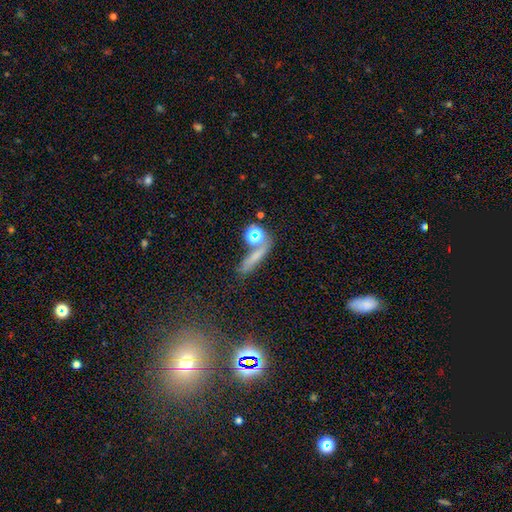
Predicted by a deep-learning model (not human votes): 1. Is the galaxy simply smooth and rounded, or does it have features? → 59% smooth, 24% star or artifact, 17% featured or disk.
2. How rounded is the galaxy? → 60% cigar-shaped, 20% in between, 19% round.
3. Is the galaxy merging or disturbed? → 66% none, 14% merger, 13% minor disturbance, 8% major disturbance.